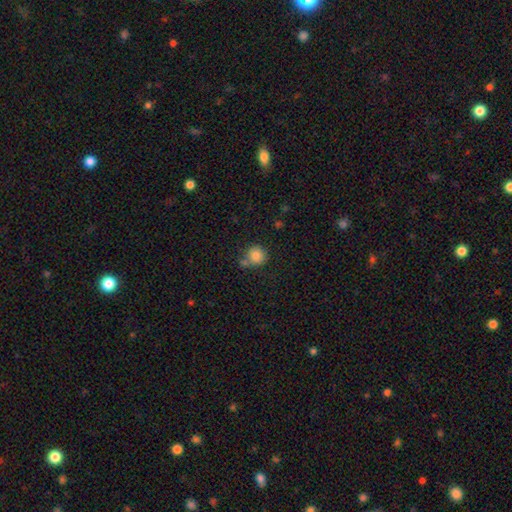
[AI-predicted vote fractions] Q: Smooth or featured?
A: smooth (84%); runner-up: star or artifact (10%)
Q: How rounded?
A: round (91%); runner-up: in between (8%)
Q: Merging?
A: none (65%); runner-up: merger (18%)